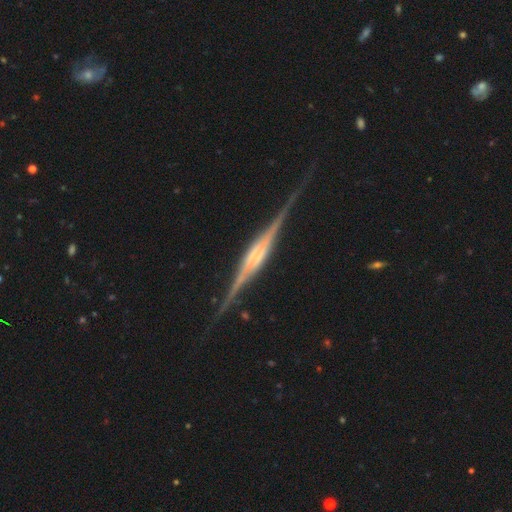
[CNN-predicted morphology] The model was most divided on "edge-on bulge": boxy: 55%, rounded: 37%, none: 8%. More confident: edge-on disk — yes (98%); smooth or featured — featured or disk (88%); merging — none (84%).